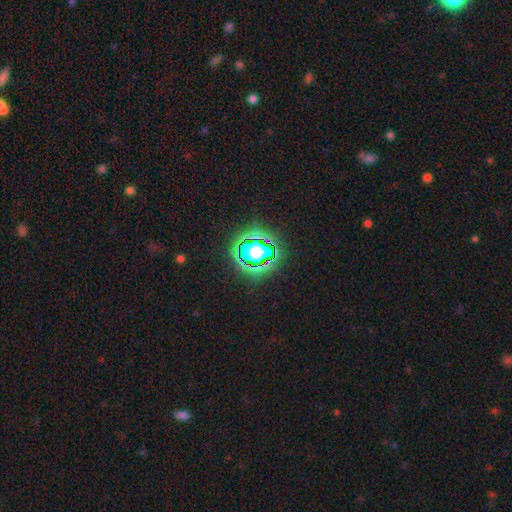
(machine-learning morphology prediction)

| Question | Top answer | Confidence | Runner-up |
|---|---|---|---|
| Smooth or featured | star or artifact | 79% | smooth (13%) |